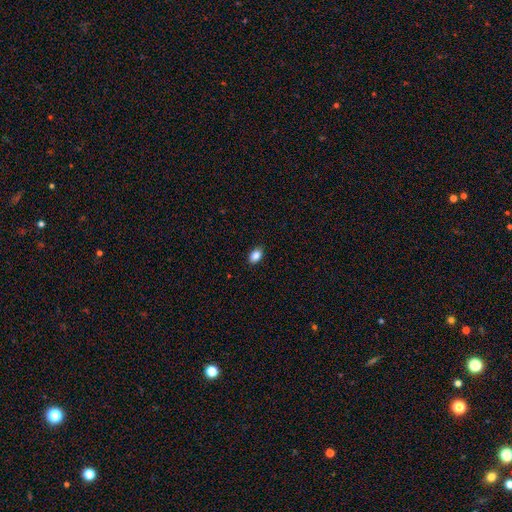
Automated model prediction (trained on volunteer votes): A smooth galaxy with no disk features (87%) that is in between round and cigar-shaped (87%).

Vote fractions:
- Smooth or featured? smooth: 87% / star or artifact: 9% / featured or disk: 4%
- How rounded? in between: 87% / round: 12% / cigar-shaped: 2%
- Merging? none: 89% / minor disturbance: 8% / major disturbance: 2% / merger: 1%